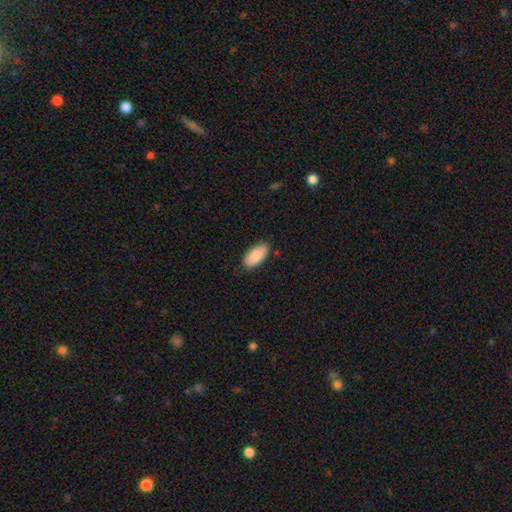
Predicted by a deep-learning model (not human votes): This appears to be a smooth galaxy with no disk features (86%) that is in between round and cigar-shaped (94%). Merging: none (86%).